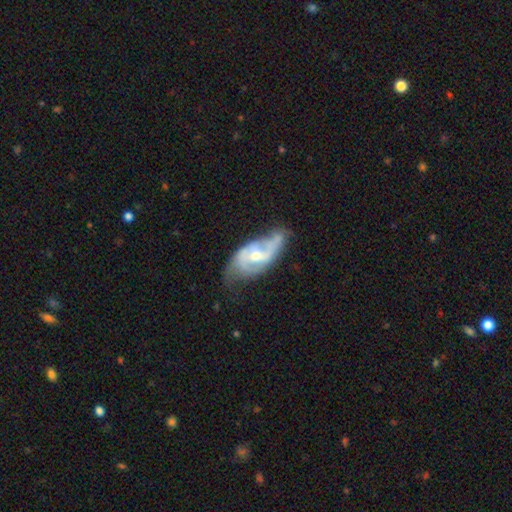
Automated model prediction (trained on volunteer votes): smooth_or_featured: featured or disk (p=0.80) [alt: smooth p=0.15]
disk_edge_on: no (p=0.94) [alt: yes p=0.06]
bar: no (p=0.43) [tied with: weak p=0.43]
has_spiral_arms: yes (p=0.89) [alt: no p=0.11]
spiral_winding: medium (p=0.44) [alt: loose p=0.34]
spiral_arm_count: 2 (p=0.69) [alt: can't tell p=0.14]
bulge_size: moderate (p=0.54) [alt: small p=0.42]
merging: none (p=0.47) [alt: minor disturbance p=0.32]